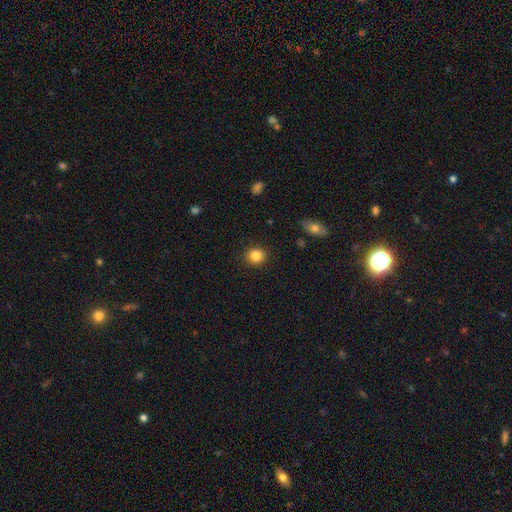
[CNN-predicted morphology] Q: Smooth or featured?
A: smooth (84%); runner-up: star or artifact (11%)
Q: How rounded?
A: round (86%); runner-up: in between (13%)
Q: Merging?
A: none (90%); runner-up: minor disturbance (7%)